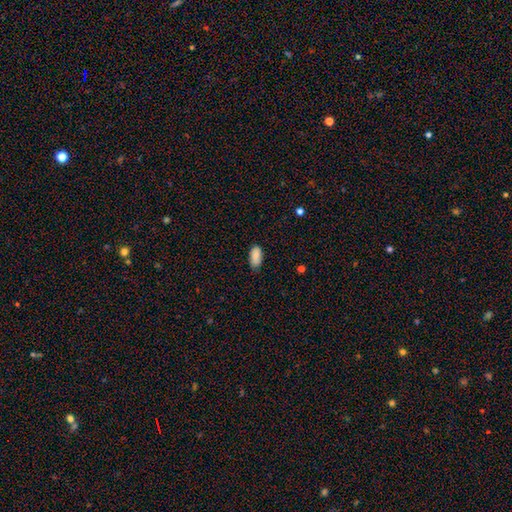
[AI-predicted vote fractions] Overall: smooth (88%). How rounded: in between (92%). Merging: none (76%).